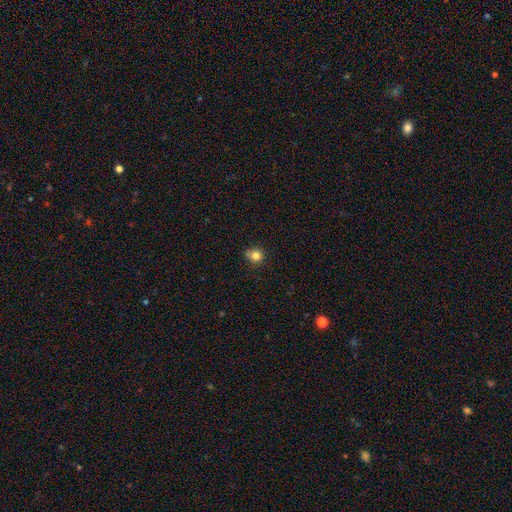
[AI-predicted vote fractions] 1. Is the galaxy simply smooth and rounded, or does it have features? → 81% smooth, 13% star or artifact, 6% featured or disk.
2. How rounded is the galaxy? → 90% round, 9% in between, 1% cigar-shaped.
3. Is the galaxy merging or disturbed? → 74% none, 18% minor disturbance, 4% merger, 4% major disturbance.